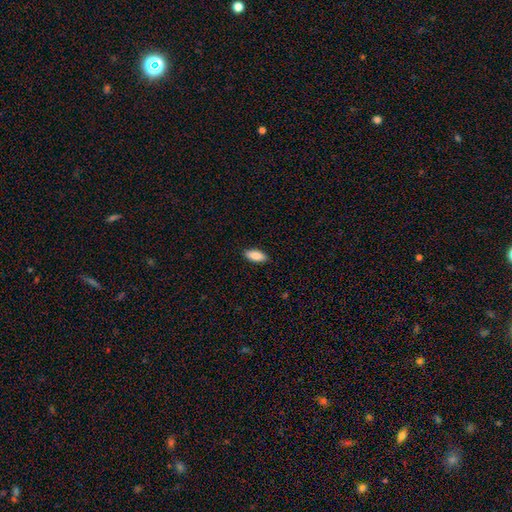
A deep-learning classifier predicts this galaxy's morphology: smooth-or-featured: smooth: 87% | featured or disk: 7% | star or artifact: 6%
  how-rounded: in between: 83% | cigar-shaped: 15% | round: 2%
  merging: none: 89% | minor disturbance: 8% | major disturbance: 2% | merger: 1%